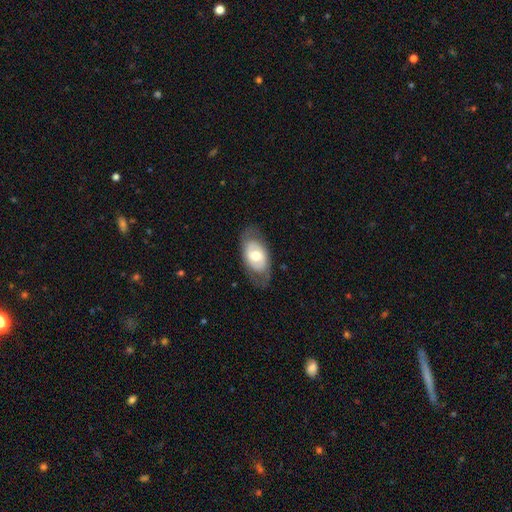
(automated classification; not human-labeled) smooth_or_featured: featured or disk (p=0.49) [alt: smooth p=0.45]
merging: none (p=0.71) [alt: minor disturbance p=0.18]